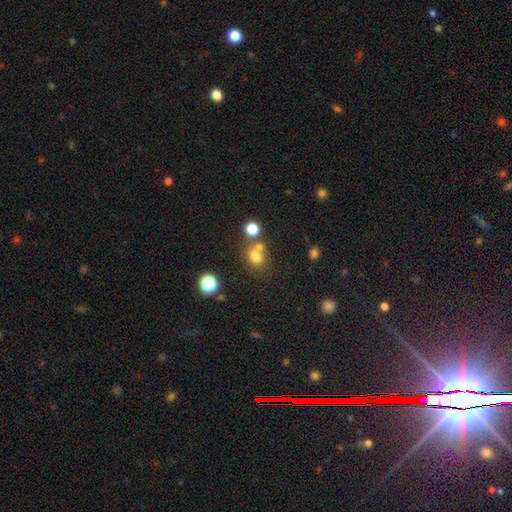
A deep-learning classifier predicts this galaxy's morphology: Overall: smooth (73%). How rounded: round (71%). Merging: none (52%; merger 35%).